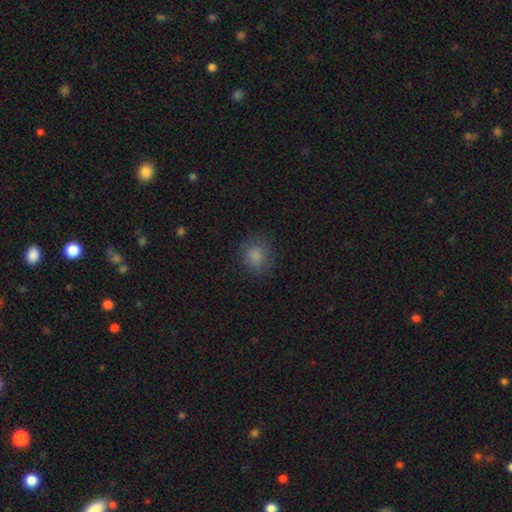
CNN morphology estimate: smooth-or-featured: smooth: 83% | star or artifact: 11% | featured or disk: 6%
  how-rounded: round: 80% | in between: 19% | cigar-shaped: 1%
  merging: none: 80% | minor disturbance: 14% | major disturbance: 5% | merger: 1%